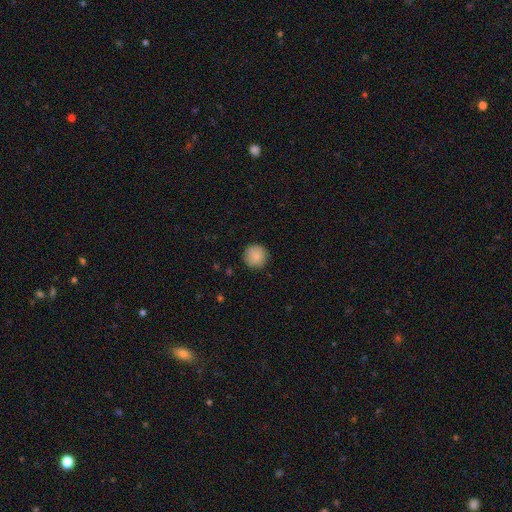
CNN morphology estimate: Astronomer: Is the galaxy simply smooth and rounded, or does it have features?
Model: smooth — 87%.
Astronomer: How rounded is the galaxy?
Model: round — 95%.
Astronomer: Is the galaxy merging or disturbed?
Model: none — 90%.